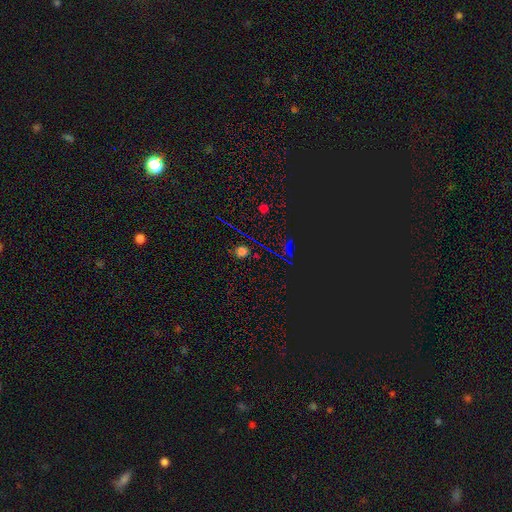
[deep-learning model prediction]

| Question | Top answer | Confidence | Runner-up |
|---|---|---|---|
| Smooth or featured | star or artifact | 49% | smooth (44%) |